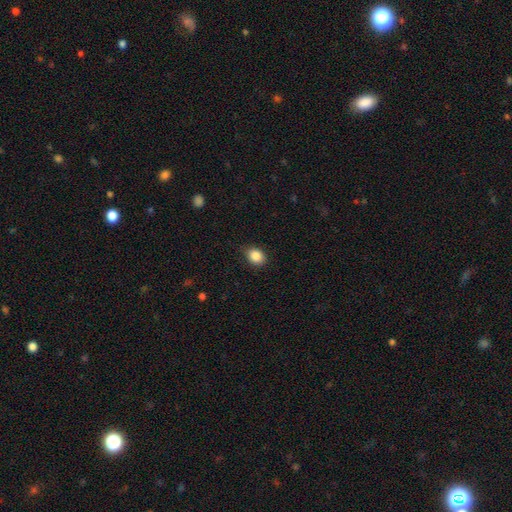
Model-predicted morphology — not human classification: Smooth or featured? Predicted: smooth (p=0.87). How rounded? Predicted: in between (p=0.62). Merging? Predicted: none (p=0.83).